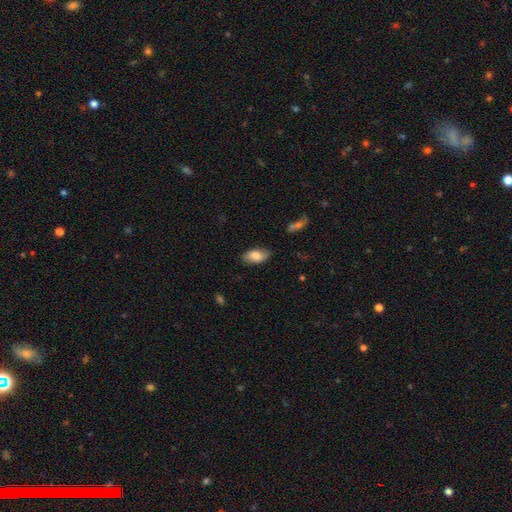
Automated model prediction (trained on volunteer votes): Smooth or featured? smooth (82%)
How rounded? in between (93%)
Merging? none (83%)